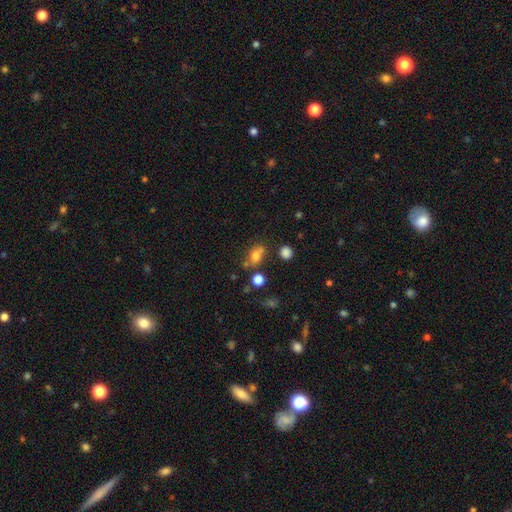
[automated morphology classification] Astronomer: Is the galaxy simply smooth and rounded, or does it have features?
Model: smooth — 71%.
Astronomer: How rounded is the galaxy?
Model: in between — 55% (runner-up: round, 42%).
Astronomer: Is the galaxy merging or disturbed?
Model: none — 56%.